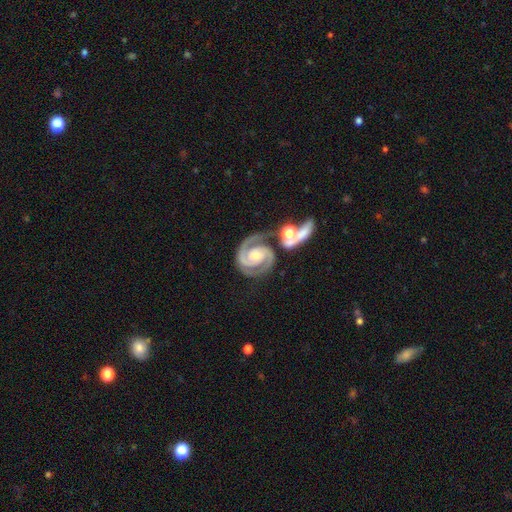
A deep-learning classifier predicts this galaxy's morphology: The model was most divided on "bulge size": moderate: 48%, small: 46%, large: 3%, none: 2%, dominant: 1%. More confident: spiral arms — yes (99%); edge-on disk — no (98%); smooth or featured — featured or disk (93%); spiral arm count — 2 (90%); spiral winding — tight (64%); merging — none (62%); bar — no (59%).